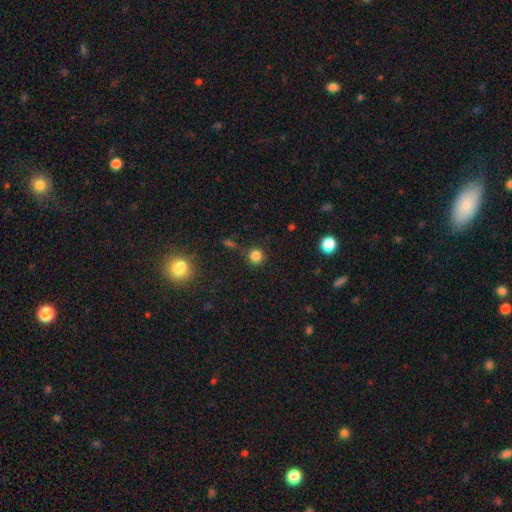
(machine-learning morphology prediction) Smooth or featured? smooth (81%)
How rounded? round (93%)
Merging? none (81%)